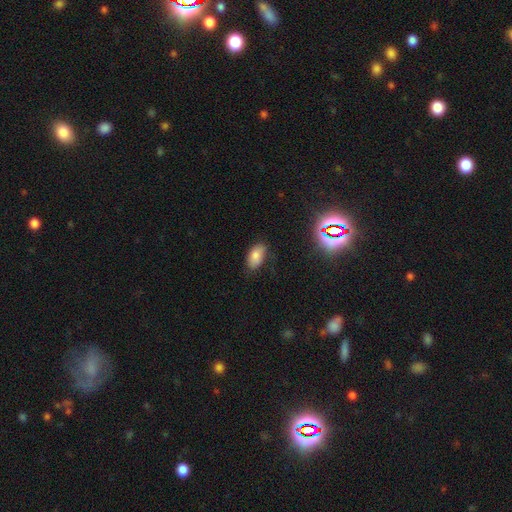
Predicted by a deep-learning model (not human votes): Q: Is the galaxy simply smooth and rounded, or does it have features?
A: smooth — 80%.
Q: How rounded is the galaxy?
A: in between — 93%.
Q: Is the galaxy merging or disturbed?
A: none — 76%.